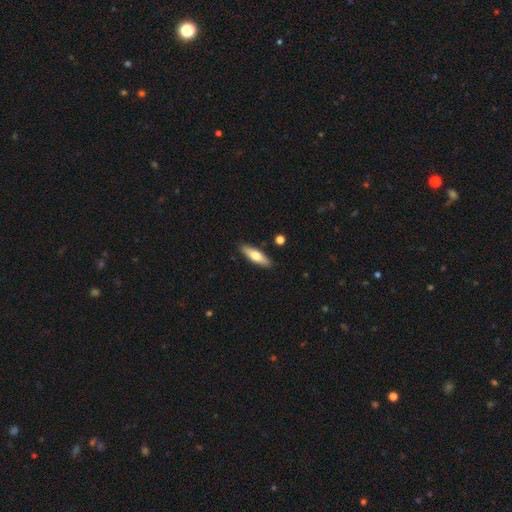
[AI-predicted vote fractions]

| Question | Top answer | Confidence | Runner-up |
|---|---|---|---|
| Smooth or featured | smooth | 62% | featured or disk (32%) |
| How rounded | cigar-shaped | 55% | in between (43%) |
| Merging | none | 87% | minor disturbance (9%) |